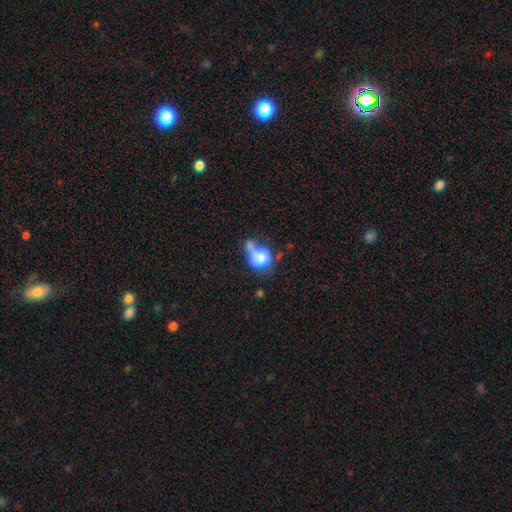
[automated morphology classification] The model was most divided on "merging": merger: 39%, none: 22%, major disturbance: 21%, minor disturbance: 17%. More confident: smooth or featured — smooth (71%); how rounded — round (58%).